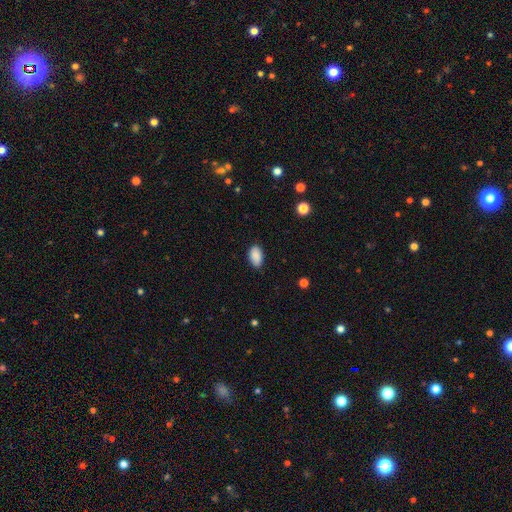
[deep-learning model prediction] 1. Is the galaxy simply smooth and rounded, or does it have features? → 89% smooth, 7% star or artifact, 4% featured or disk.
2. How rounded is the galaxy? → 93% in between, 5% round, 2% cigar-shaped.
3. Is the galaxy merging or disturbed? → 84% none, 13% minor disturbance, 2% major disturbance, 1% merger.